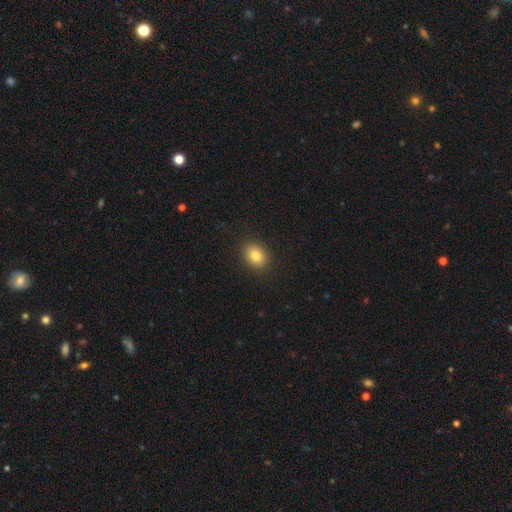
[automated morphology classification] type=smooth (83%); roundness=in between (61%); merging=none (89%).